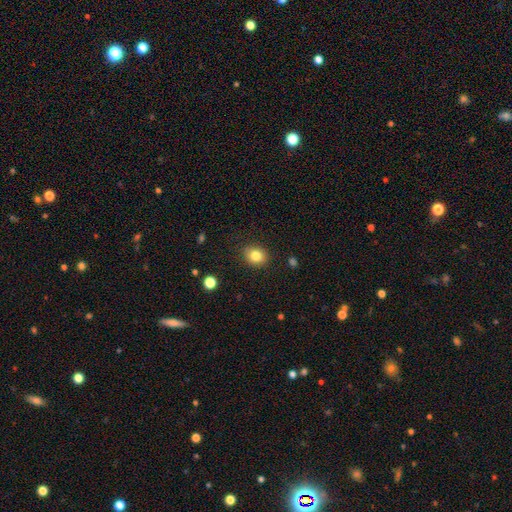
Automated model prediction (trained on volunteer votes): smooth-or-featured: smooth: 82% | star or artifact: 10% | featured or disk: 7%
  how-rounded: round: 58% | in between: 41% | cigar-shaped: 1%
  merging: none: 87% | minor disturbance: 10% | major disturbance: 2% | merger: 1%